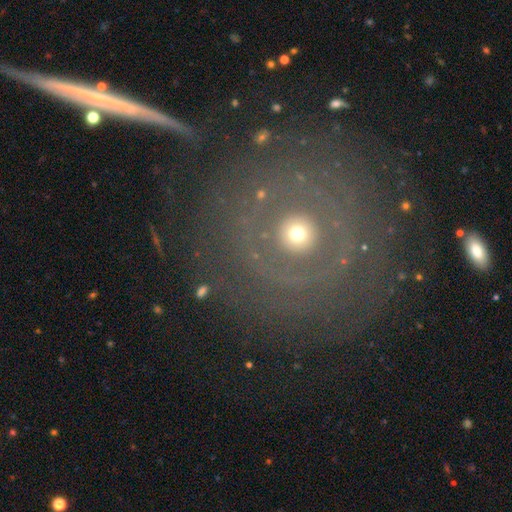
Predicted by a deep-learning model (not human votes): A featured or disk galaxy (58%) with no bar (92%), no spiral arms (66%) and a moderate central bulge (46%). Merging: none (80%).